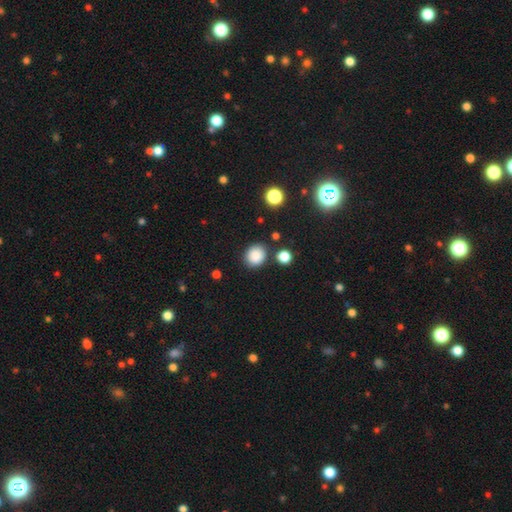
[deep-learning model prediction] Morphology: type=smooth (86%); roundness=round (69%); merging=none (81%).